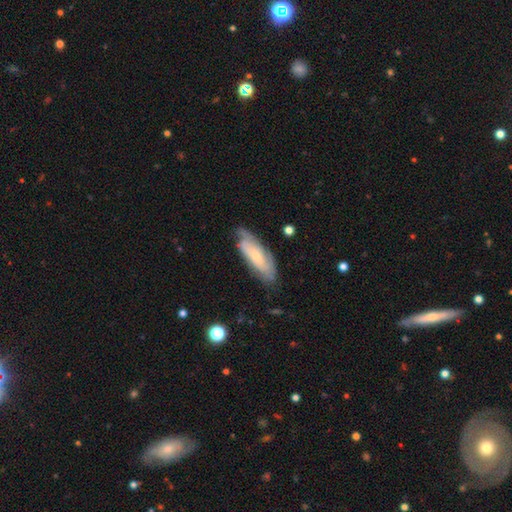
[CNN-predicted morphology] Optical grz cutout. It shows a featured or disk galaxy (58%). Merging: none (65%).